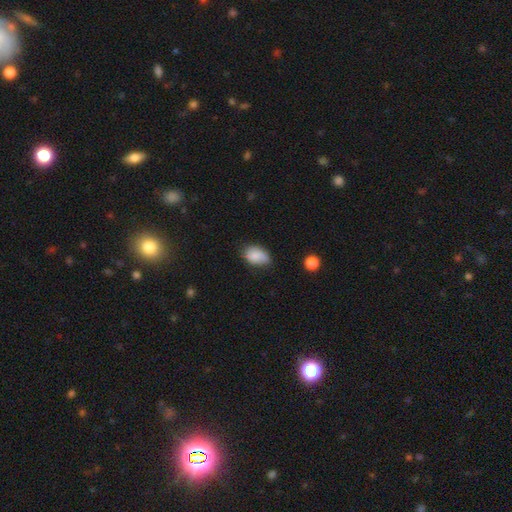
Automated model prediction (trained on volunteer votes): Smooth or featured? smooth (83%)
How rounded? in between (85%)
Merging? none (57%)